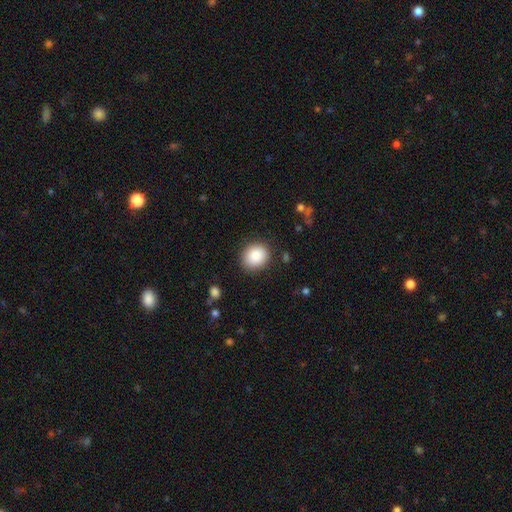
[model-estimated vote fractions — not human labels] smooth_or_featured: smooth (p=0.87) [alt: star or artifact p=0.08]
how_rounded: round (p=0.72) [alt: in between p=0.27]
merging: none (p=0.86) [alt: minor disturbance p=0.09]